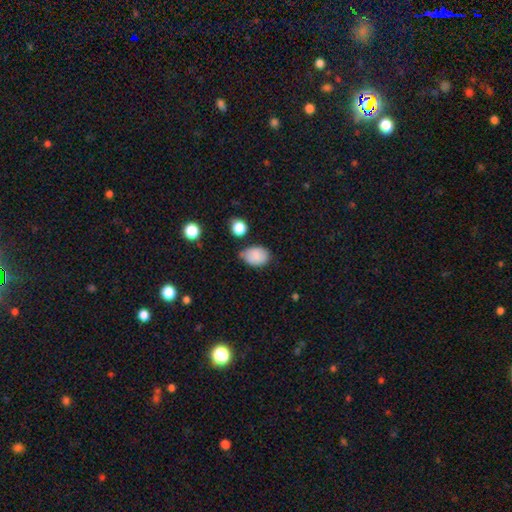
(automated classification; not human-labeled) Morphology: type=smooth (86%); roundness=in between (79%); merging=none (58%).